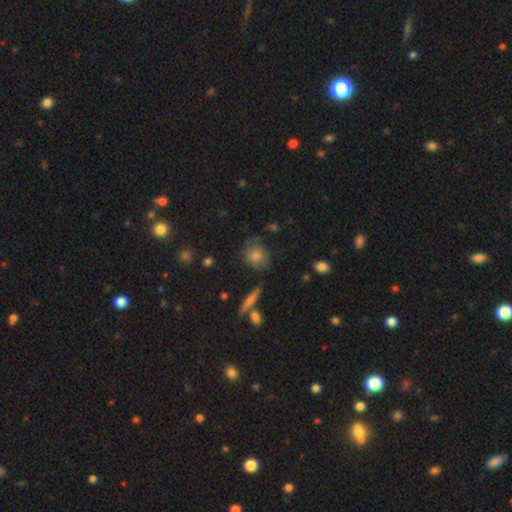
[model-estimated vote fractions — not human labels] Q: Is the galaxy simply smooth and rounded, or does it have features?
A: smooth — 69%.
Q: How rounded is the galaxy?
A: round — 71%.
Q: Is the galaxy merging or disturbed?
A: none — 68%.